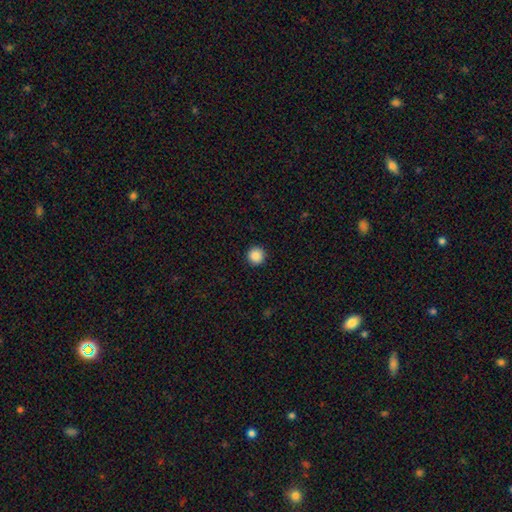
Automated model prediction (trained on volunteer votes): This is clearly a smooth galaxy (88%). How rounded: clearly round (96%). Merging: clearly none (93%).